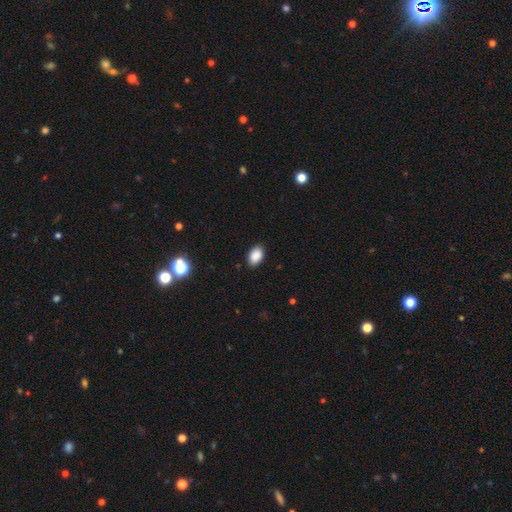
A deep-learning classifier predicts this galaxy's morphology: A smooth galaxy with no disk features (88%) that is in between round and cigar-shaped (87%). Merging: none (87%).